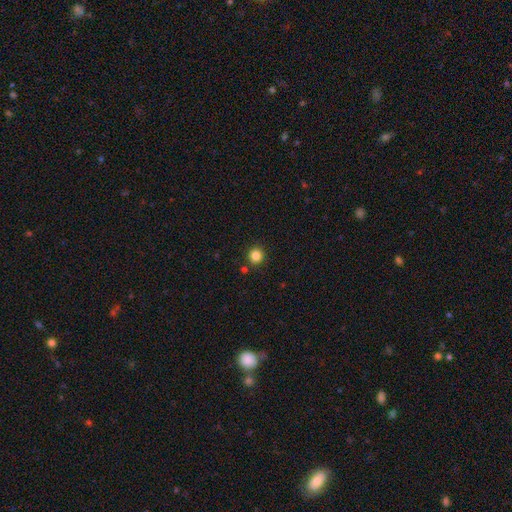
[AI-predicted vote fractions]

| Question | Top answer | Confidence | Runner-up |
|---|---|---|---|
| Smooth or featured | smooth | 84% | star or artifact (12%) |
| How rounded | round | 93% | in between (6%) |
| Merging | none | 89% | minor disturbance (6%) |